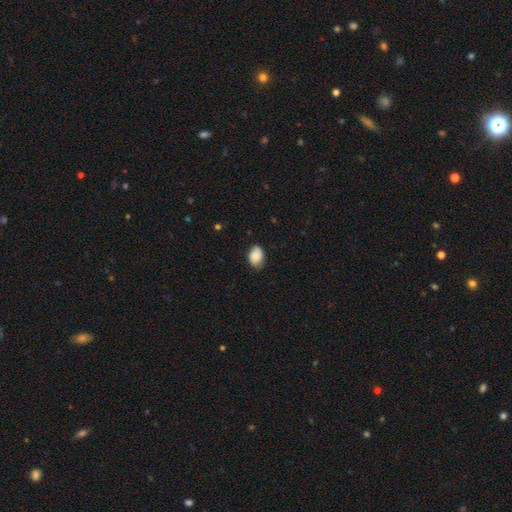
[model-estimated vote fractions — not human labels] Morphology: type=smooth (81%); roundness=in between (77%); merging=none (71%).